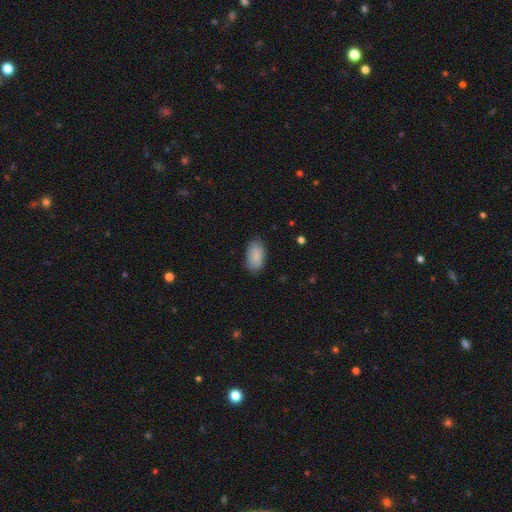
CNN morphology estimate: smooth-or-featured: smooth: 87% | featured or disk: 6% | star or artifact: 6%
  how-rounded: in between: 94% | round: 5% | cigar-shaped: 2%
  merging: none: 82% | minor disturbance: 14% | major disturbance: 3% | merger: 1%